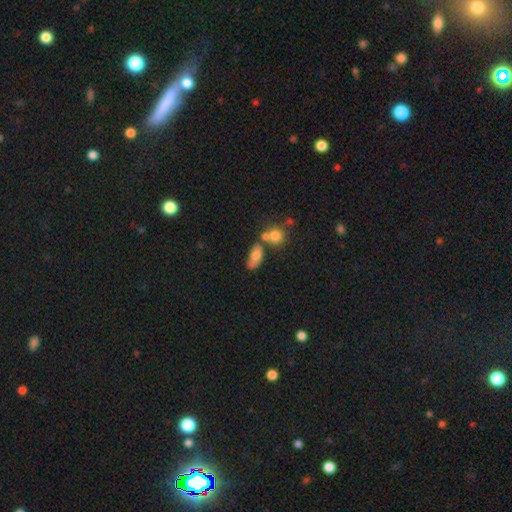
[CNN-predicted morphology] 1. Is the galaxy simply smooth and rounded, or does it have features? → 73% smooth, 16% featured or disk, 11% star or artifact.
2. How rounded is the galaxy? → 80% in between, 11% round, 10% cigar-shaped.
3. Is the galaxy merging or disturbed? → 41% none, 31% merger, 19% minor disturbance, 10% major disturbance.